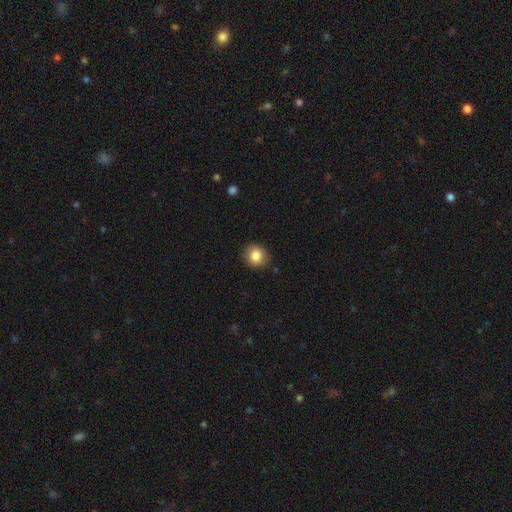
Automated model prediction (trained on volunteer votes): Smooth or featured?
  - smooth: 84% *
  - star or artifact: 9%
  - featured or disk: 7%
How rounded?
  - round: 80% *
  - in between: 20%
  - cigar-shaped: 1%
Merging?
  - none: 87% *
  - minor disturbance: 9%
  - major disturbance: 2%
  - merger: 1%